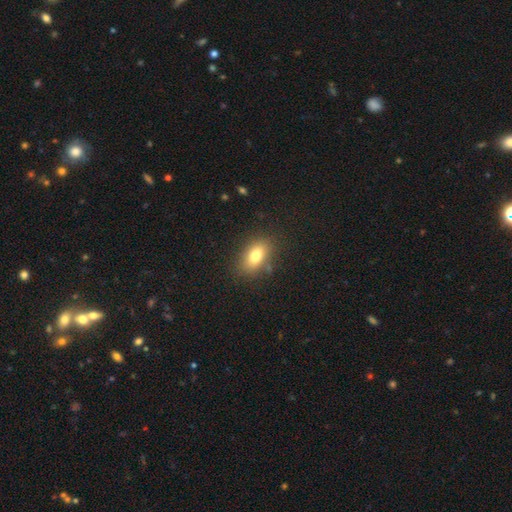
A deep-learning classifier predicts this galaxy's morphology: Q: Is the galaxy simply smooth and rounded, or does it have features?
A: smooth — 79%.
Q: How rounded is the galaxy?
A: in between — 86%.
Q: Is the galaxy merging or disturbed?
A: none — 82%.